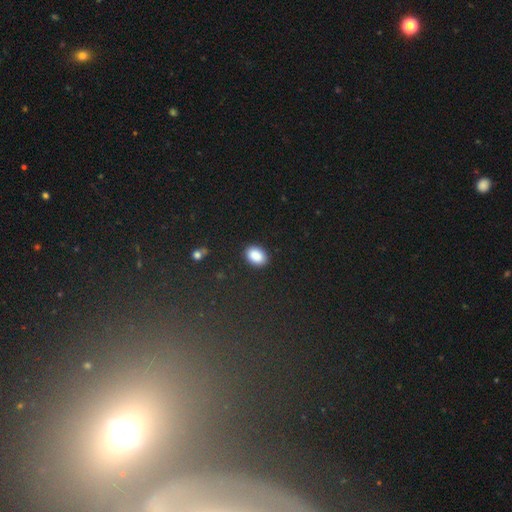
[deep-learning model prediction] The model was most divided on "how rounded": in between: 82%, round: 17%, cigar-shaped: 1%. More confident: smooth or featured — smooth (89%); merging — none (88%).